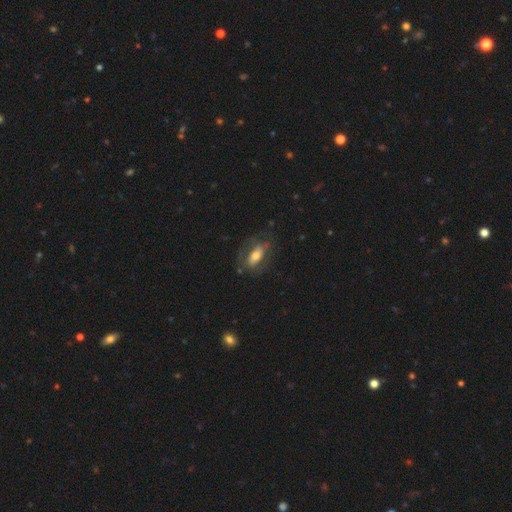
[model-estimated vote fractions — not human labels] smooth-or-featured: smooth: 48% | featured or disk: 45% | star or artifact: 7%
  merging: none: 64% | minor disturbance: 20% | major disturbance: 15% | merger: 2%